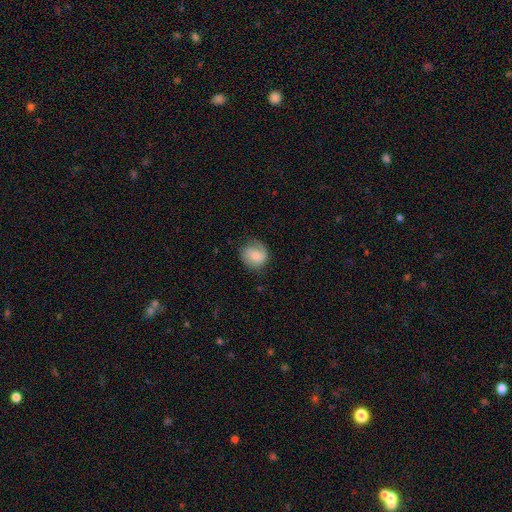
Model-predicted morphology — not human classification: A smooth galaxy with no disk features (61%) that is round (80%). Merging: none (65%).